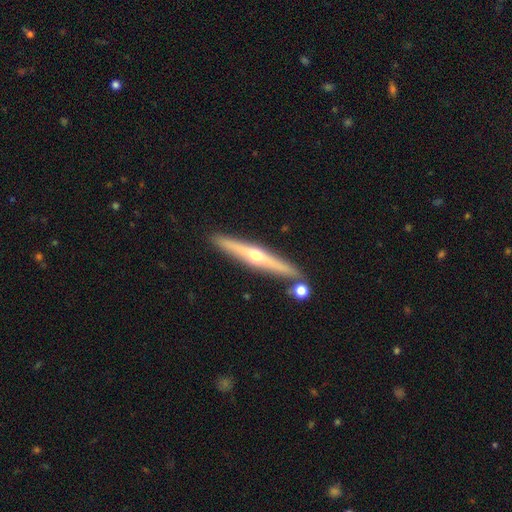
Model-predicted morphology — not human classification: Smooth or featured?
  - featured or disk: 71% *
  - smooth: 23%
  - star or artifact: 6%
Edge-on disk?
  - yes: 96% *
  - no: 4%
Edge-on bulge?
  - rounded: 90% *
  - none: 8%
  - boxy: 2%
Merging?
  - none: 86% *
  - minor disturbance: 8%
  - merger: 5%
  - major disturbance: 2%